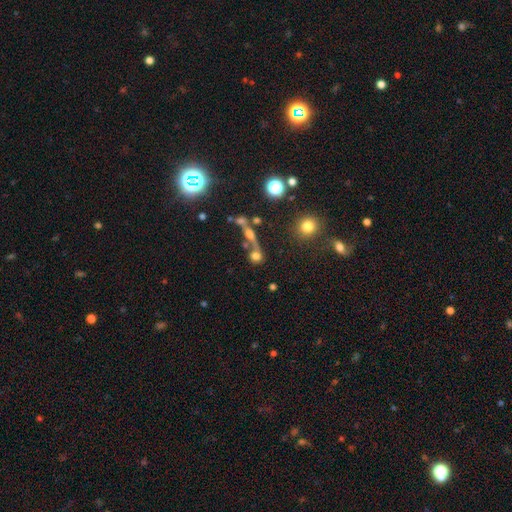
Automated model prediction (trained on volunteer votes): This is possibly a smooth galaxy (58%). How rounded: likely round (72%). Merging: marginally none (44%).